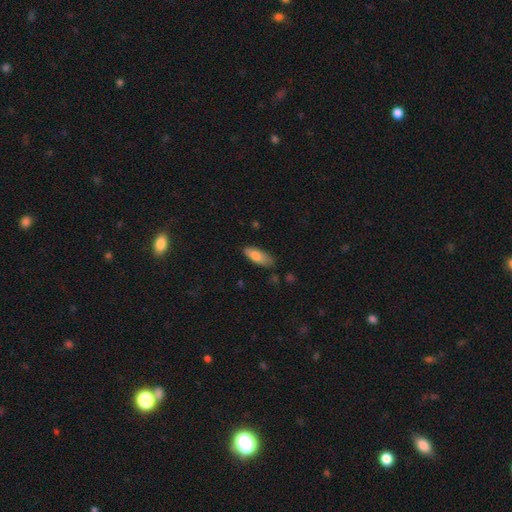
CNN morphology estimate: Q: Smooth or featured?
A: smooth (79%); runner-up: featured or disk (15%)
Q: How rounded?
A: in between (75%); runner-up: cigar-shaped (23%)
Q: Merging?
A: none (75%); runner-up: minor disturbance (19%)